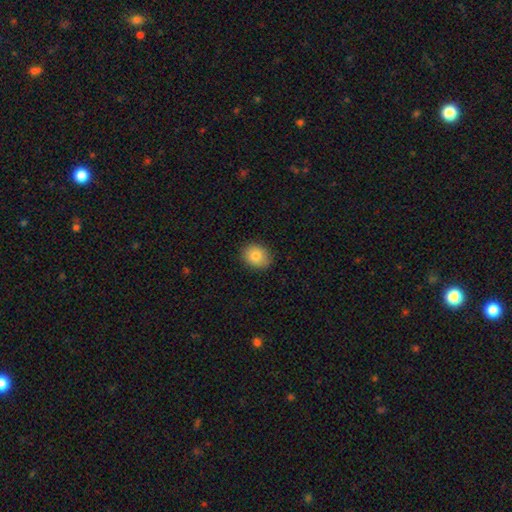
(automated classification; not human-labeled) The model was most divided on "how rounded": round: 55%, in between: 44%, cigar-shaped: 1%. More confident: merging — none (88%); smooth or featured — smooth (84%).